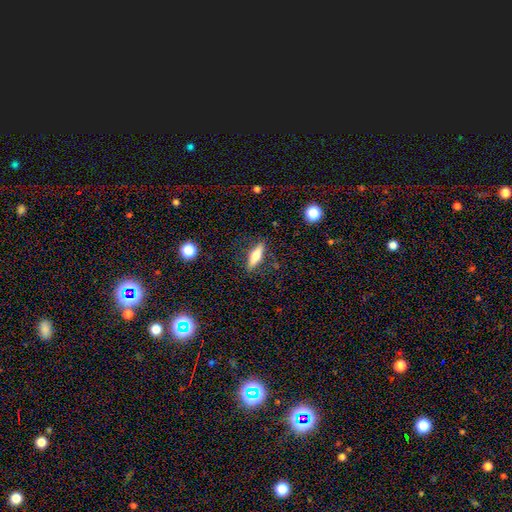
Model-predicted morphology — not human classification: Q: Smooth or featured?
A: smooth (53%); runner-up: featured or disk (40%)
Q: How rounded?
A: cigar-shaped (65%); runner-up: in between (32%)
Q: Merging?
A: none (84%); runner-up: minor disturbance (11%)